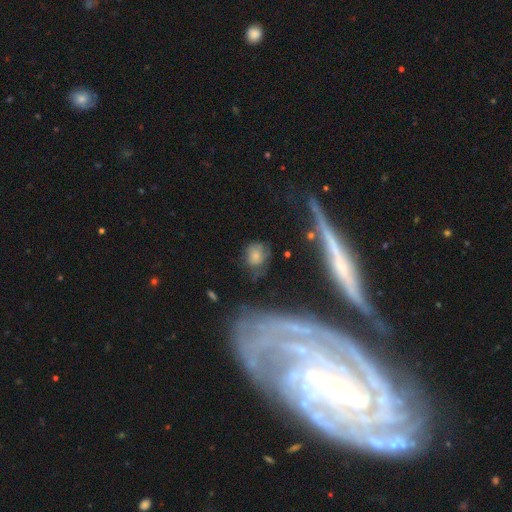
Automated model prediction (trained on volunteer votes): The model was most divided on "how rounded": round: 58%, in between: 40%, cigar-shaped: 2%. Remaining: smooth or featured — smooth (66%); merging — none (49%).